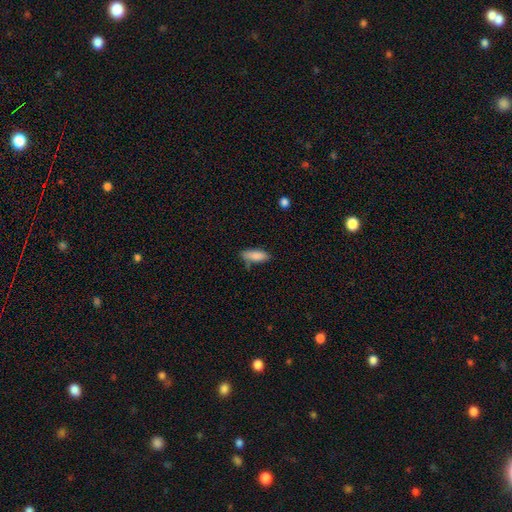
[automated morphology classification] smooth-or-featured: smooth: 85% | featured or disk: 7% | star or artifact: 7%
  how-rounded: in between: 73% | cigar-shaped: 25% | round: 2%
  merging: none: 62% | minor disturbance: 25% | merger: 7% | major disturbance: 6%